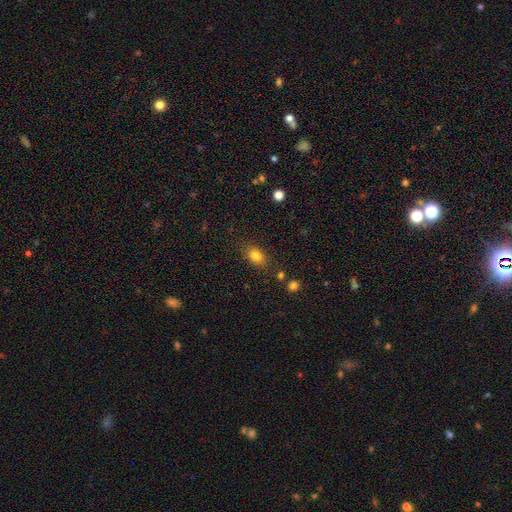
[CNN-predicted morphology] smooth-or-featured: smooth: 83% | star or artifact: 11% | featured or disk: 7%
  how-rounded: in between: 76% | round: 23% | cigar-shaped: 2%
  merging: none: 82% | minor disturbance: 12% | major disturbance: 3% | merger: 3%